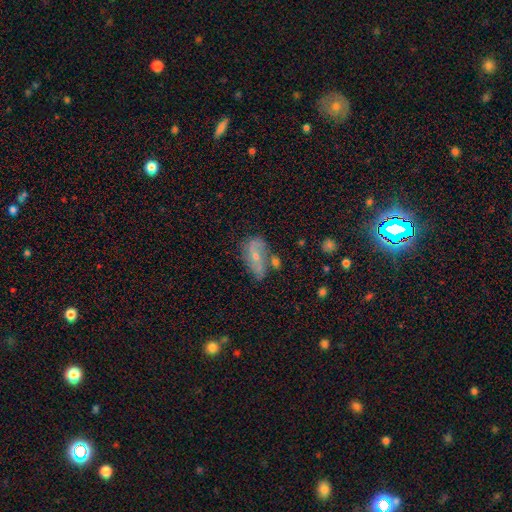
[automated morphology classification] The model was most divided on "merging": none: 44%, minor disturbance: 26%, merger: 15%, major disturbance: 15%. More confident: edge-on disk — no (90%); spiral arms — yes (68%); bulge size — small (59%); smooth or featured — featured or disk (56%); bar — no (54%).